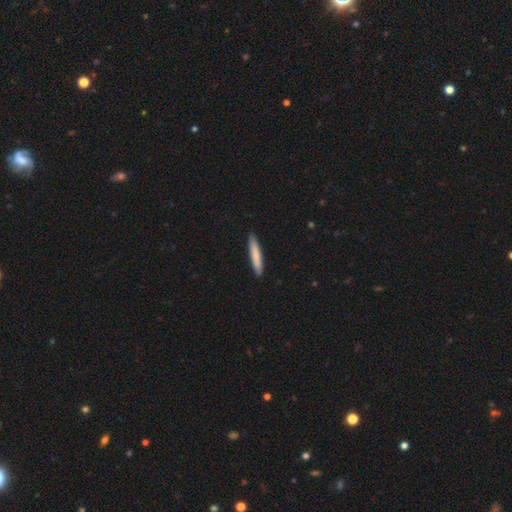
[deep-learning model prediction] Smooth or featured? smooth (78%)
How rounded? cigar-shaped (92%)
Merging? none (89%)